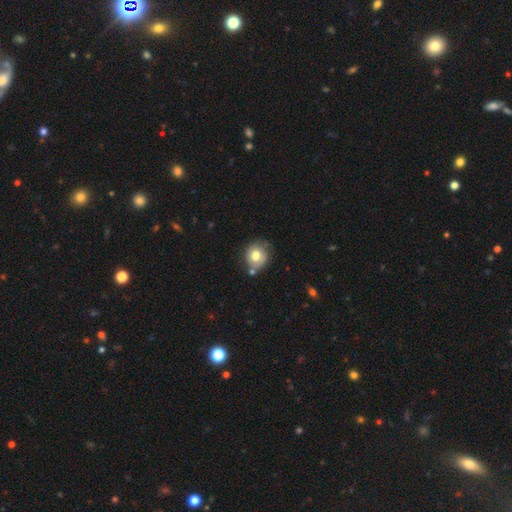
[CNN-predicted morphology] This is likely a smooth galaxy (66%). How rounded: likely round (71%). Merging: likely none (64%).